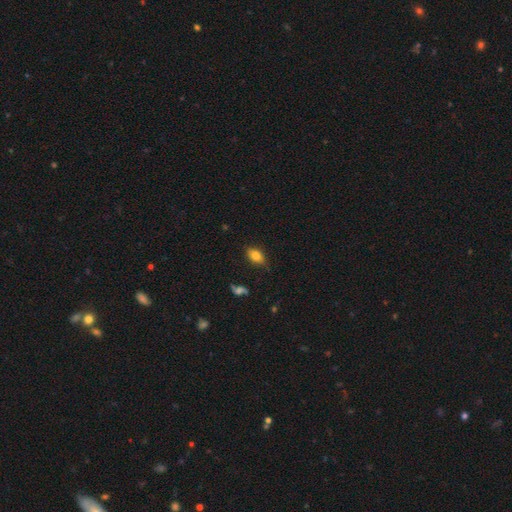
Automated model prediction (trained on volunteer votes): Smooth or featured: smooth — 78% (featured or disk — 13%)
How rounded: in between — 85% (round — 11%)
Merging: none — 78% (minor disturbance — 17%)